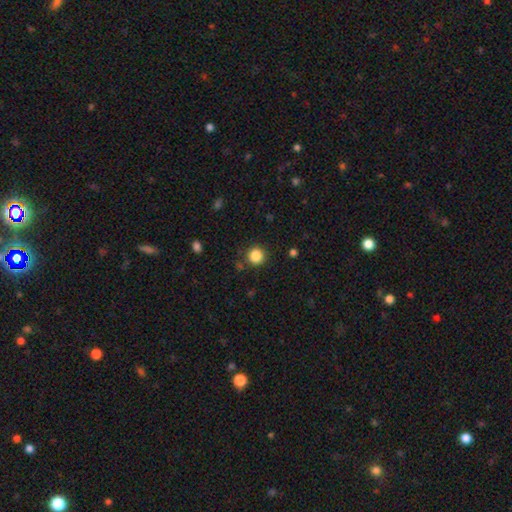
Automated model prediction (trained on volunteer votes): Smooth or featured? smooth (85%)
How rounded? round (93%)
Merging? none (87%)